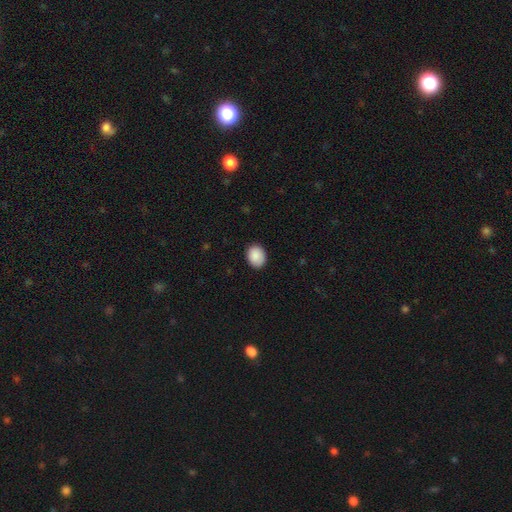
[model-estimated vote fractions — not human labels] A smooth galaxy with no disk features (90%) that is in between round and cigar-shaped (54%). Merging: none (87%).